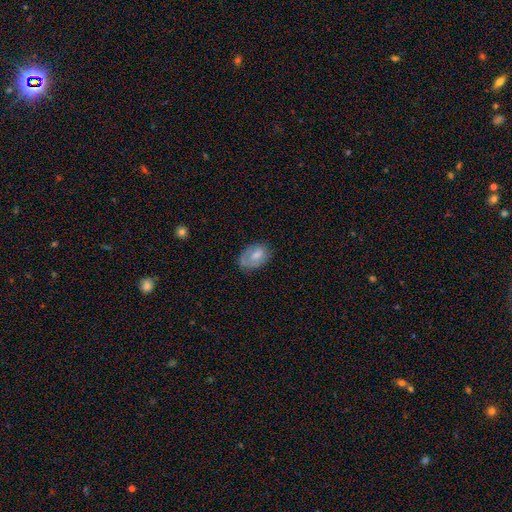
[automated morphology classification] Smooth or featured? smooth (66%)
How rounded? in between (84%)
Merging? none (63%)